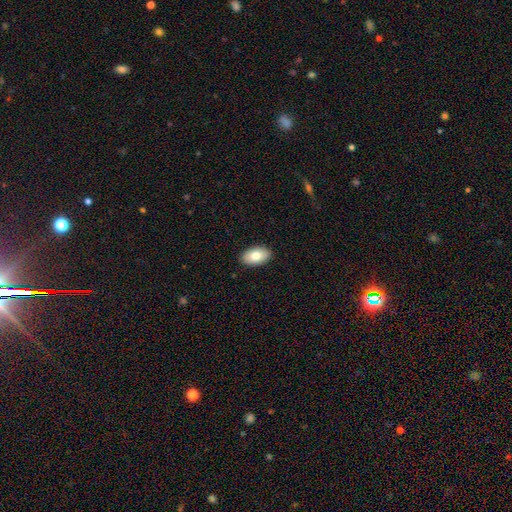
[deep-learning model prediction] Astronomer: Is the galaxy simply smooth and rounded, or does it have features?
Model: smooth — 82%.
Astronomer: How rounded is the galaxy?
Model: in between — 95%.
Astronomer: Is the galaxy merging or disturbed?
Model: none — 90%.